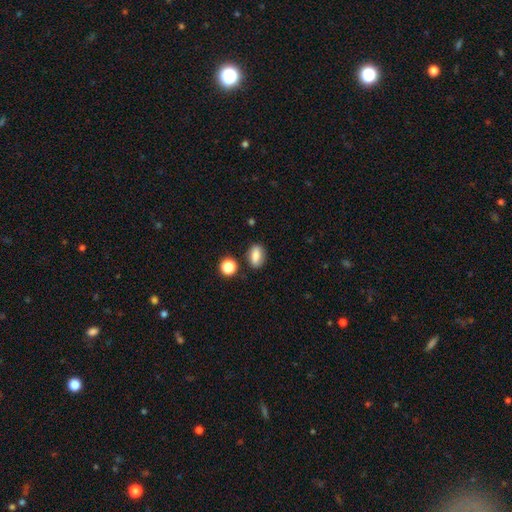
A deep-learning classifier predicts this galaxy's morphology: Overall: smooth (78%). How rounded: in between (81%). Merging: none (80%).